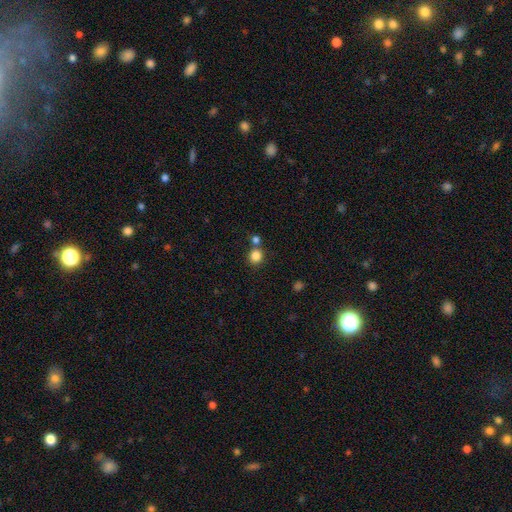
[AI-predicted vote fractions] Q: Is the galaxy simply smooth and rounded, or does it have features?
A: smooth — 84%.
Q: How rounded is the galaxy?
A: round — 86%.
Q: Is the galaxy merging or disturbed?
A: none — 68%.